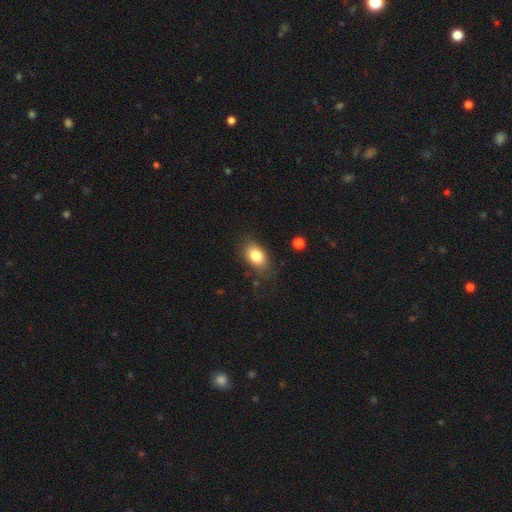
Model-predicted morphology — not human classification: smooth_or_featured: smooth (p=0.82) [alt: featured or disk p=0.10]
how_rounded: in between (p=0.87) [alt: round p=0.11]
merging: none (p=0.77) [alt: minor disturbance p=0.16]